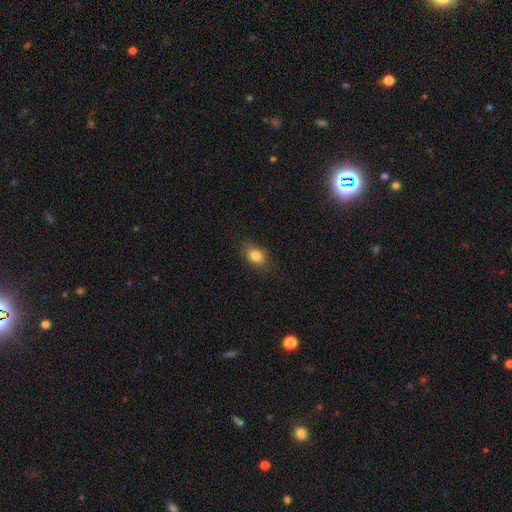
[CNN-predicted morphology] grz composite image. It shows a smooth galaxy with no disk features (82%) that is in between round and cigar-shaped (77%). Merging: none (77%).